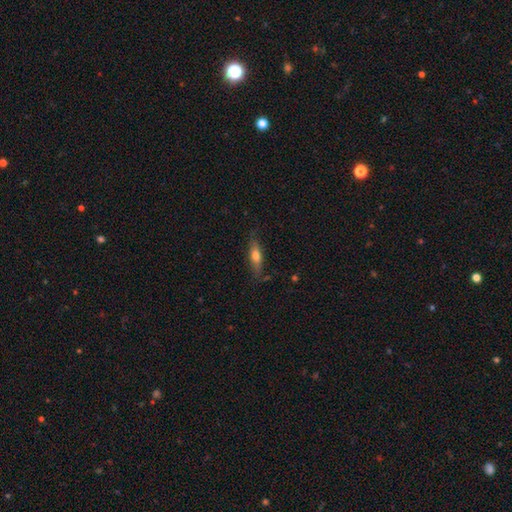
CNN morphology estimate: smooth-or-featured: smooth: 60% | featured or disk: 33% | star or artifact: 7%
  how-rounded: cigar-shaped: 56% | in between: 42% | round: 3%
  merging: none: 77% | minor disturbance: 17% | major disturbance: 4% | merger: 2%